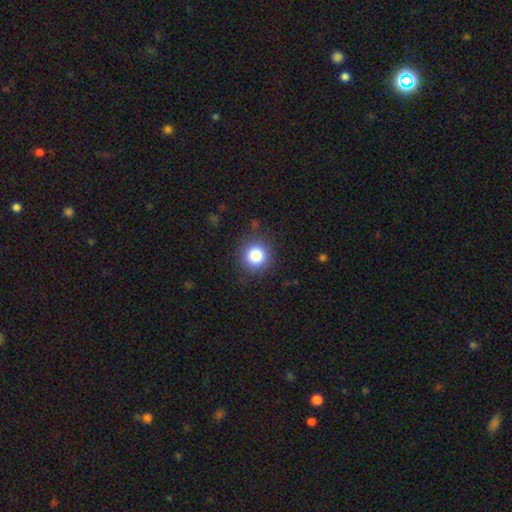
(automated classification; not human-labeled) Smooth or featured?
  - smooth: 83% *
  - star or artifact: 11%
  - featured or disk: 6%
How rounded?
  - round: 93% *
  - in between: 6%
  - cigar-shaped: 1%
Merging?
  - none: 88% *
  - minor disturbance: 8%
  - major disturbance: 3%
  - merger: 1%